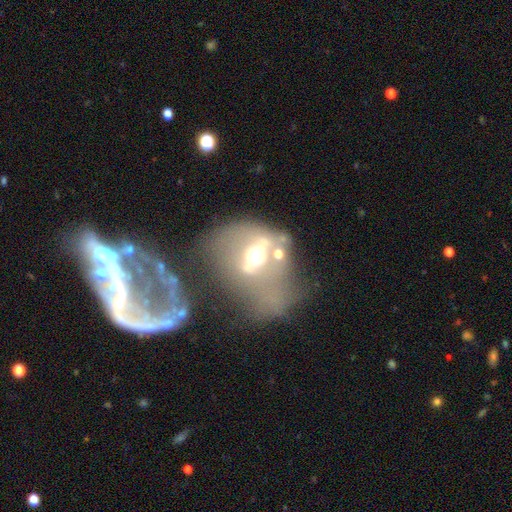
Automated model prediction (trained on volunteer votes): A featured or disk galaxy (61%) with no bar (42%), no spiral arms (78%) and a moderate central bulge (67%).

Vote fractions:
- Smooth or featured? featured or disk: 61% / smooth: 27% / star or artifact: 12%
- Edge-on disk? no: 89% / yes: 11%
- Bar? no: 42% / weak: 29% / strong: 29%
- Spiral arms? no: 78% / yes: 22%
- Bulge size? moderate: 67% / large: 16% / small: 11% / dominant: 3% / none: 3%
- Merging? major disturbance: 34% / merger: 25% / none: 25% / minor disturbance: 16%